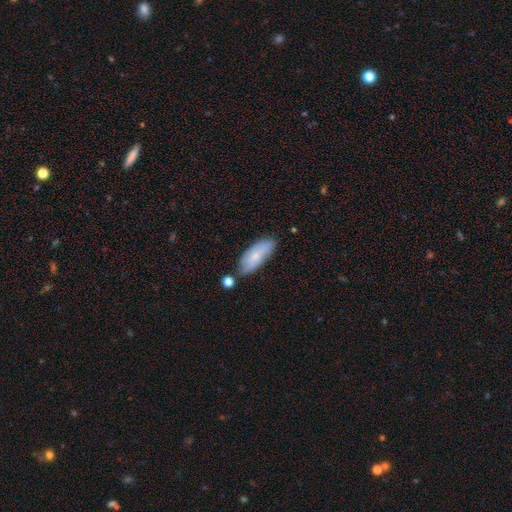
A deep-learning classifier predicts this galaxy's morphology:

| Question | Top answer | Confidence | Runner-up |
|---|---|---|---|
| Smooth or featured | smooth | 66% | featured or disk (28%) |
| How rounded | in between | 77% | cigar-shaped (20%) |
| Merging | none | 63% | minor disturbance (24%) |